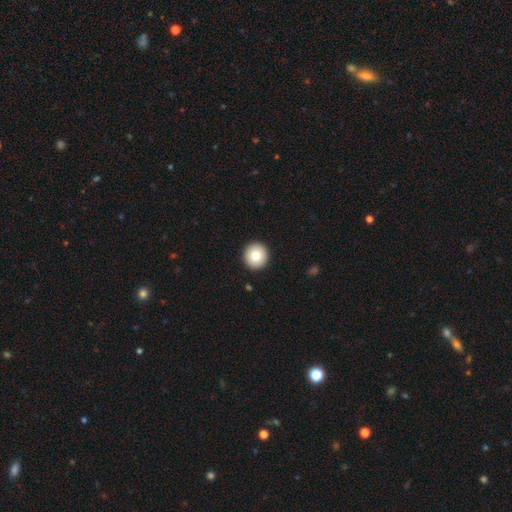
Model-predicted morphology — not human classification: Smooth or featured? smooth (80%)
How rounded? round (95%)
Merging? none (93%)